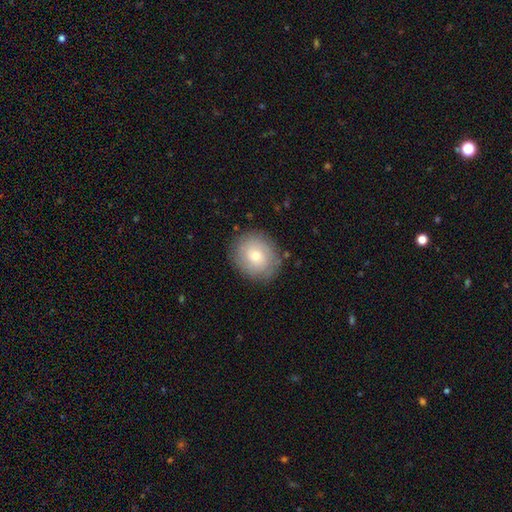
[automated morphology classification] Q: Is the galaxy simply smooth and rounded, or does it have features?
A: smooth — 55%.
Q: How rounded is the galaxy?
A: round — 78%.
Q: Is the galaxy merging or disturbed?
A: none — 83%.